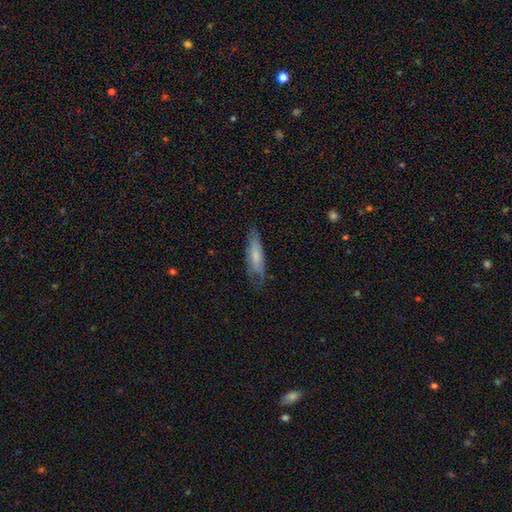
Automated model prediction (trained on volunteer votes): Smooth or featured? Predicted: smooth (p=0.63). How rounded? Predicted: cigar-shaped (p=0.60). Merging? Predicted: none (p=0.63).